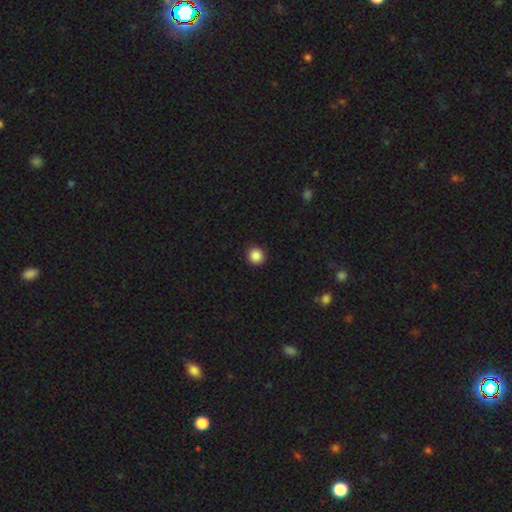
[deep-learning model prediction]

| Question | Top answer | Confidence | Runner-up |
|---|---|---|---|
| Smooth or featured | smooth | 87% | star or artifact (10%) |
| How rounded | round | 89% | in between (10%) |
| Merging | none | 92% | minor disturbance (5%) |